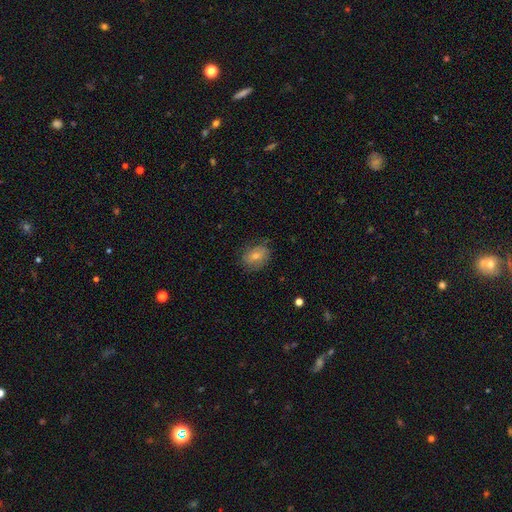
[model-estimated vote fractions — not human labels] Smooth or featured? smooth (47%)
Merging? none (77%)